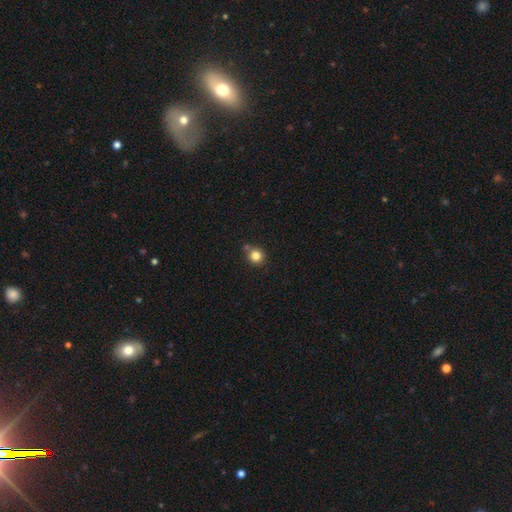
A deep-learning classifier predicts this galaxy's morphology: This appears to be a smooth galaxy with no disk features (82%) that is round (90%). Merging: none (70%).